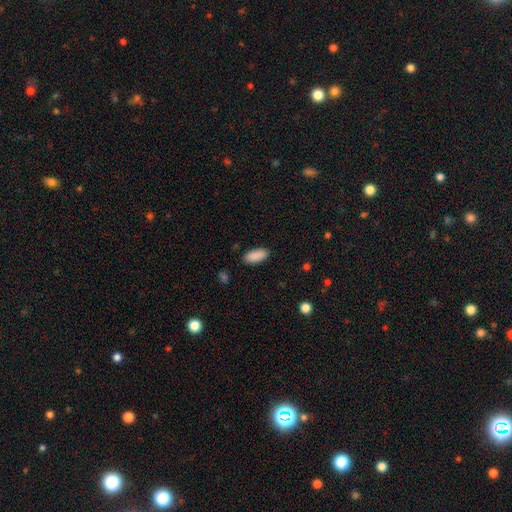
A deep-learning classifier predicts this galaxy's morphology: The model was most divided on "how rounded": in between: 87%, cigar-shaped: 11%, round: 2%. More confident: smooth or featured — smooth (91%); merging — none (88%).